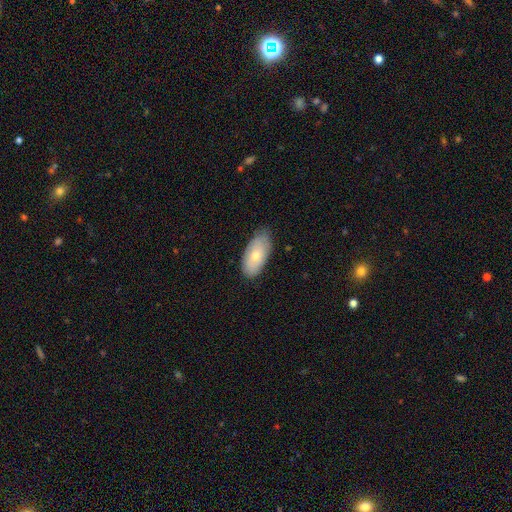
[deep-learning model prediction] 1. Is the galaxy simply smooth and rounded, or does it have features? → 68% smooth, 26% featured or disk, 6% star or artifact.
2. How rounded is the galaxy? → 93% in between, 4% cigar-shaped, 3% round.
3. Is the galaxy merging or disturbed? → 73% none, 22% minor disturbance, 3% major disturbance, 1% merger.